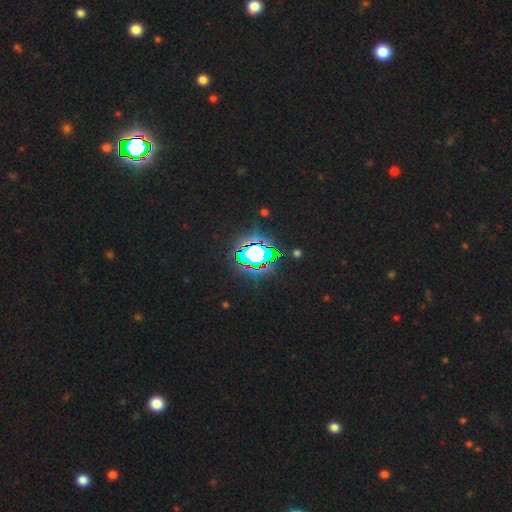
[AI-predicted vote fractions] This appears to be a star or artifact, not a galaxy (71%).